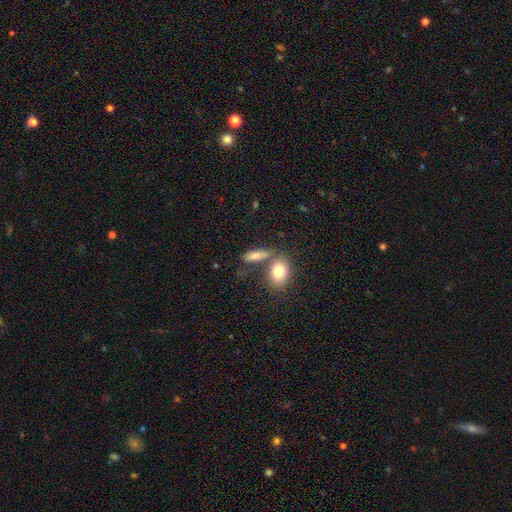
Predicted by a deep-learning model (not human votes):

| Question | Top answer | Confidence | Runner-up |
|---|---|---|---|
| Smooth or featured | smooth | 77% | featured or disk (15%) |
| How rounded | in between | 66% | cigar-shaped (25%) |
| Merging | none | 55% | merger (27%) |